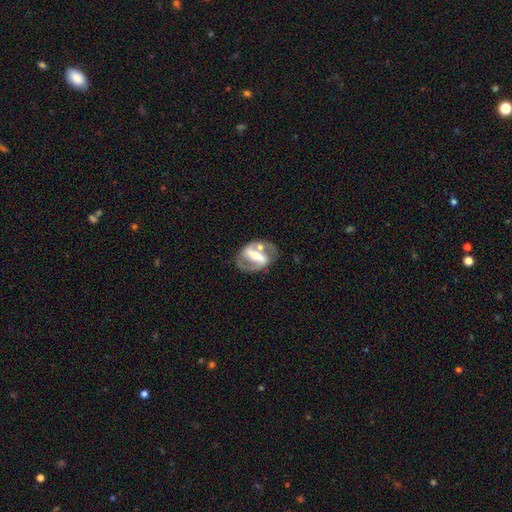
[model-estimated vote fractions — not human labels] smooth_or_featured: featured or disk (p=0.84) [alt: smooth p=0.11]
disk_edge_on: no (p=0.95) [alt: yes p=0.05]
bar: strong (p=0.76) [alt: weak p=0.16]
has_spiral_arms: yes (p=0.82) [alt: no p=0.18]
spiral_winding: medium (p=0.50) [alt: tight p=0.31]
spiral_arm_count: 2 (p=0.88) [alt: can't tell p=0.05]
bulge_size: moderate (p=0.51) [alt: small p=0.37]
merging: none (p=0.71) [alt: minor disturbance p=0.14]